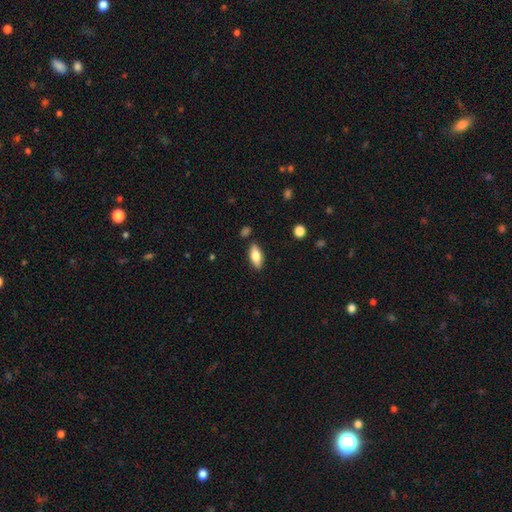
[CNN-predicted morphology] Q: Smooth or featured?
A: smooth (74%); runner-up: featured or disk (20%)
Q: How rounded?
A: in between (80%); runner-up: cigar-shaped (17%)
Q: Merging?
A: none (84%); runner-up: minor disturbance (11%)